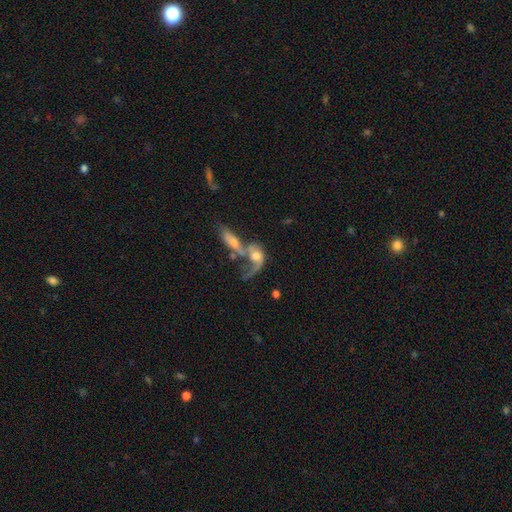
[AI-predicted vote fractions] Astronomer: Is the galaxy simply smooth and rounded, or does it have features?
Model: featured or disk — 57% (runner-up: smooth, 34%).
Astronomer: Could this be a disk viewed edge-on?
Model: no — 88%.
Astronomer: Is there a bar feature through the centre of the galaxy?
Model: no — 73%.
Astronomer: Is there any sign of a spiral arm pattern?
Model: yes — 68%.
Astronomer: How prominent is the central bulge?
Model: moderate — 48%.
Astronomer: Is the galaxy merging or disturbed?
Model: merger — 65%.